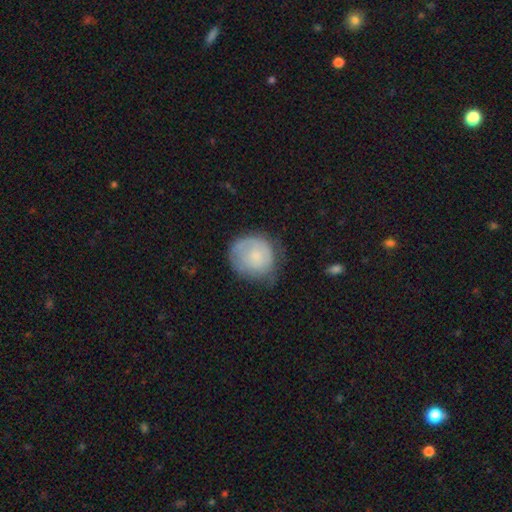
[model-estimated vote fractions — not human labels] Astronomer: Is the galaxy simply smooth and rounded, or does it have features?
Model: smooth — 63%.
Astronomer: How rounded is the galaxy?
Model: round — 83%.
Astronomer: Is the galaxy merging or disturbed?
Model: none — 51% (runner-up: minor disturbance, 33%).